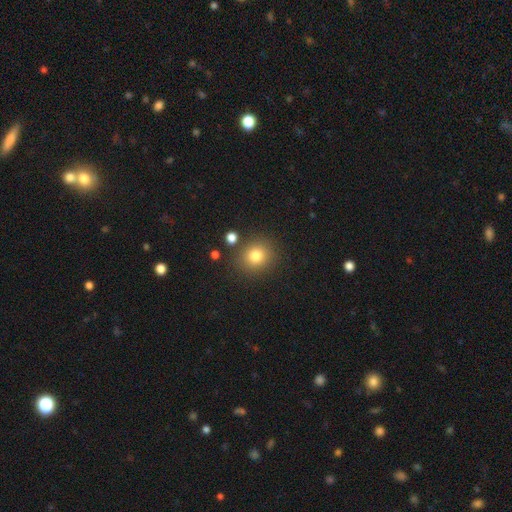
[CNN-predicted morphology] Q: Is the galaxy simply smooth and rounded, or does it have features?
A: smooth — 81%.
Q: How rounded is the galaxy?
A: round — 80%.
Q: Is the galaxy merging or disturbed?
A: none — 83%.